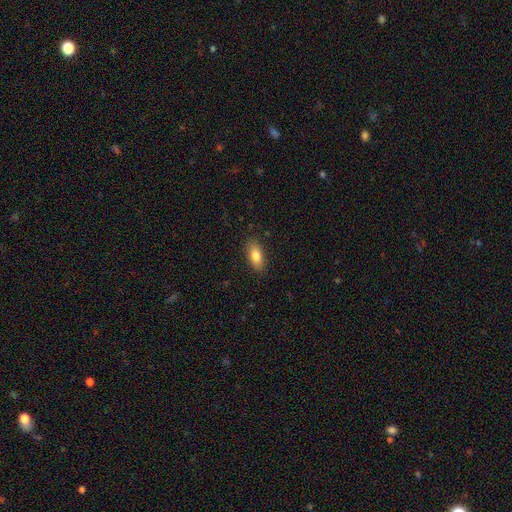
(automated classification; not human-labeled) A smooth galaxy with no disk features (83%) that is in between round and cigar-shaped (86%). Merging: none (87%).